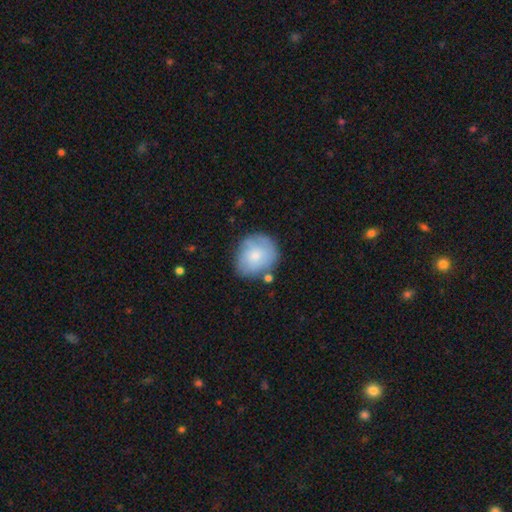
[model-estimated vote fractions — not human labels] Smooth or featured? Predicted: smooth (p=0.65). How rounded? Predicted: round (p=0.70). Merging? Predicted: none (p=0.66).